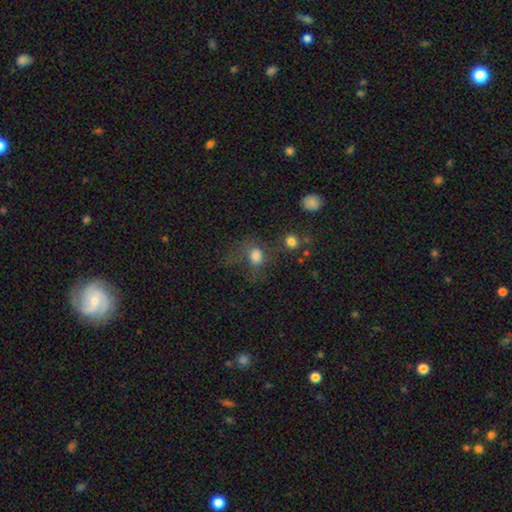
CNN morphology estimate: This appears to be a smooth galaxy with no disk features (71%) that is round (56%). Merging: none (37%).